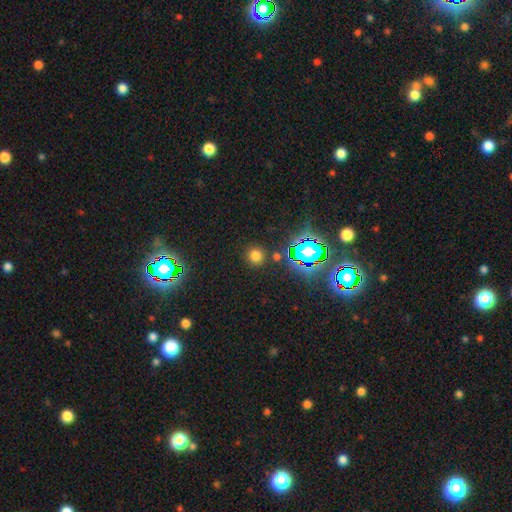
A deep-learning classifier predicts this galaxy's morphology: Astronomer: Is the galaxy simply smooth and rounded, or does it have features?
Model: smooth — 68%.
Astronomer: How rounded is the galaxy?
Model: round — 92%.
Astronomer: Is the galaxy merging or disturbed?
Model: none — 87%.